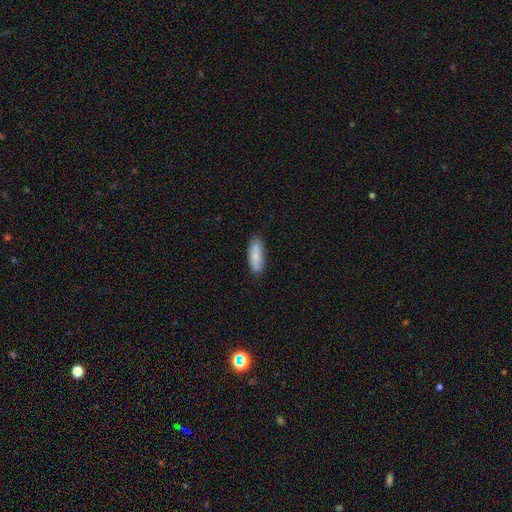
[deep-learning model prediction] Overall: smooth (81%). How rounded: in between (64%; cigar-shaped 34%). Merging: none (80%).